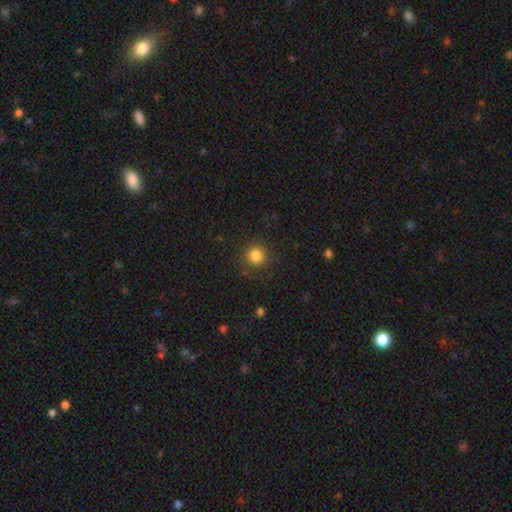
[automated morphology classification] This is clearly a smooth galaxy (83%). How rounded: clearly round (94%). Merging: clearly none (87%).